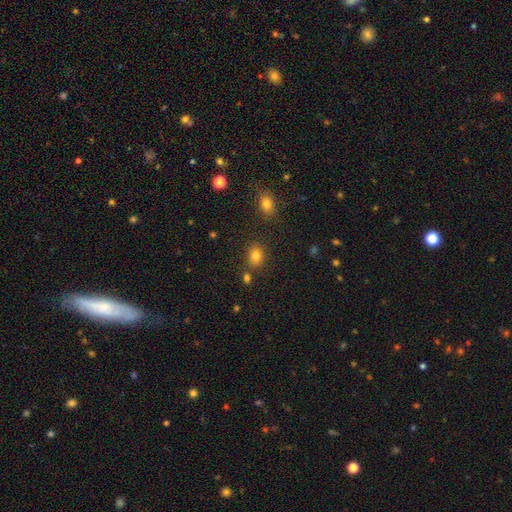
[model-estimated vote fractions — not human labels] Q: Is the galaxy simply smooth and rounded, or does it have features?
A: smooth — 80%.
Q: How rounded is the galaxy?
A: in between — 61%.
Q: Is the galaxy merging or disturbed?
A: none — 76%.